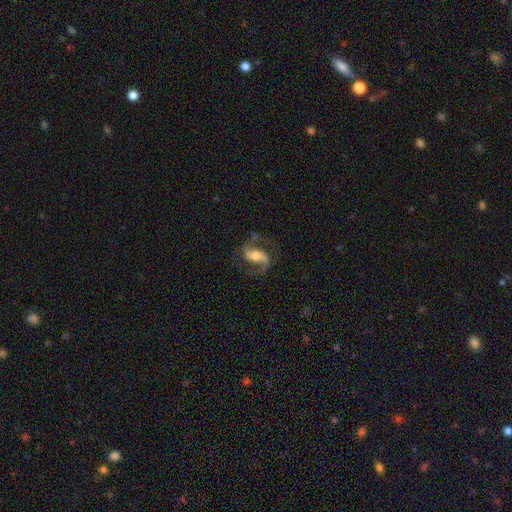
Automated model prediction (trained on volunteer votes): Morphology: type=featured or disk (83%); edge-on=no (96%); bar=weak (39%); spiral arms=yes (95%); winding=medium (46%); arm count=2 (88%); bulge=moderate (59%); merging=none (69%).